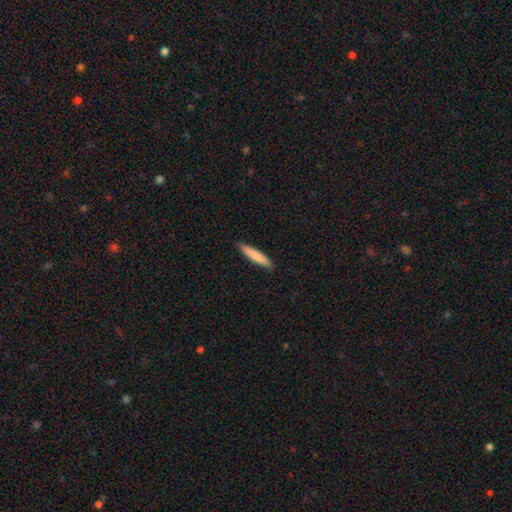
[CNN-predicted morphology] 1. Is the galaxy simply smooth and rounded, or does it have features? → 81% smooth, 14% featured or disk, 5% star or artifact.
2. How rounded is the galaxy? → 91% cigar-shaped, 8% in between, 1% round.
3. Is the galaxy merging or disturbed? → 89% none, 9% minor disturbance, 2% major disturbance, 1% merger.